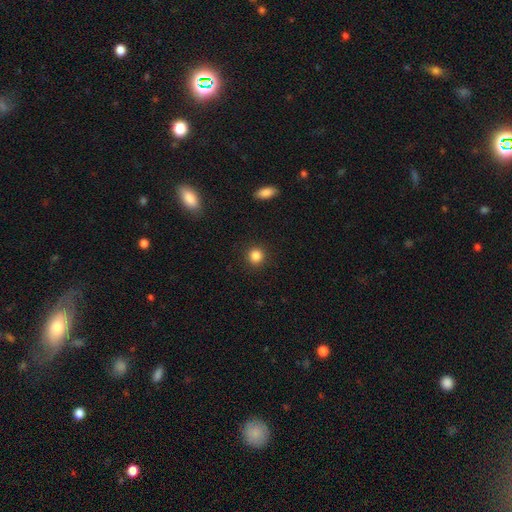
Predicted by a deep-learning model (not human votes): Morphology: type=smooth (85%); roundness=round (92%); merging=none (91%).